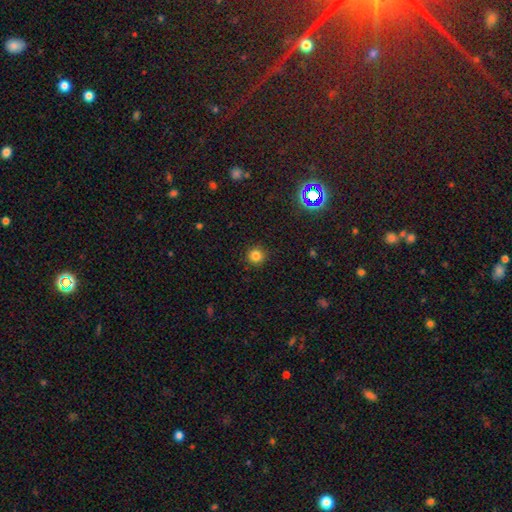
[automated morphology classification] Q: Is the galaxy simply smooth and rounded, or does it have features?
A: smooth — 81%.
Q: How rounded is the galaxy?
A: round — 95%.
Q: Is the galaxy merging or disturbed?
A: none — 91%.